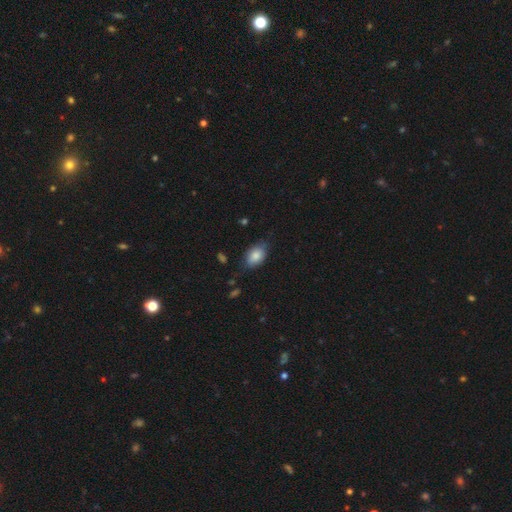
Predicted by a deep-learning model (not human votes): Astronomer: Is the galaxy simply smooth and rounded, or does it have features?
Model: smooth — 84%.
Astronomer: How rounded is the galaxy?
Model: in between — 86%.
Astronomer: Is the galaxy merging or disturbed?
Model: none — 71%.